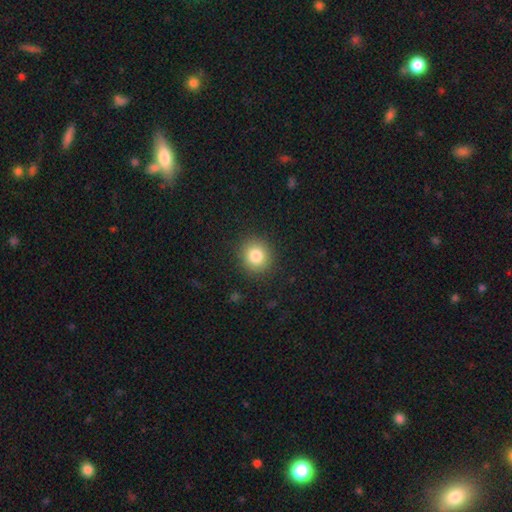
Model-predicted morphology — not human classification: A smooth galaxy with no disk features (83%) that is round (87%).

Vote fractions:
- Smooth or featured? smooth: 83% / star or artifact: 10% / featured or disk: 7%
- How rounded? round: 87% / in between: 12% / cigar-shaped: 1%
- Merging? none: 90% / minor disturbance: 7% / major disturbance: 3% / merger: 1%